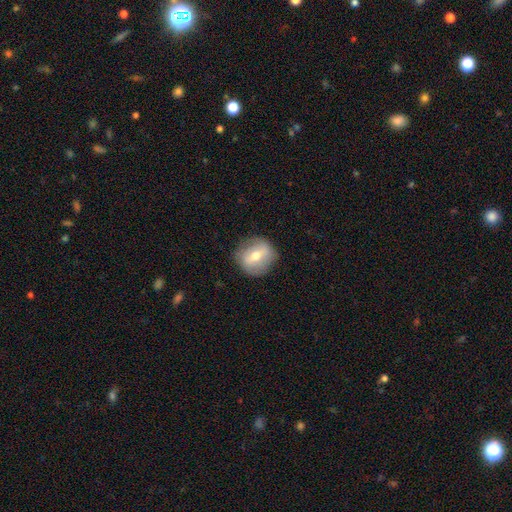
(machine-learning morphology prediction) Smooth or featured?
  - smooth: 49% *
  - featured or disk: 43%
  - star or artifact: 8%
Merging?
  - none: 82% *
  - minor disturbance: 13%
  - major disturbance: 4%
  - merger: 1%